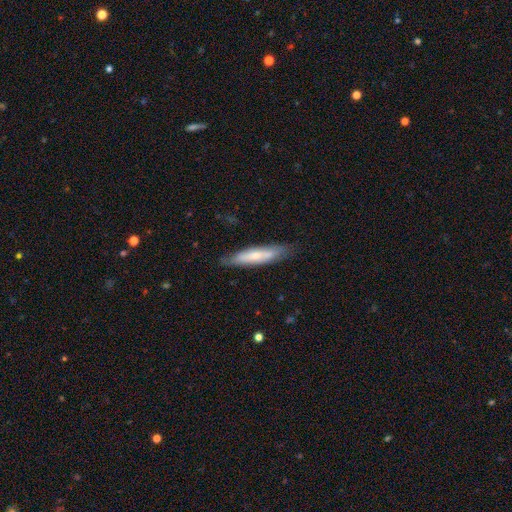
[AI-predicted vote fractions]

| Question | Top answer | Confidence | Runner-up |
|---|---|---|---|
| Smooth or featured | smooth | 58% | featured or disk (37%) |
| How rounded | cigar-shaped | 82% | in between (17%) |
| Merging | none | 81% | minor disturbance (15%) |